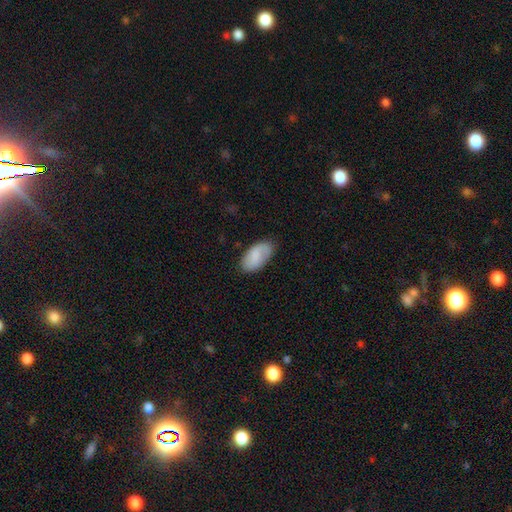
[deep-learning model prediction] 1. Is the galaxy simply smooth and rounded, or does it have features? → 77% smooth, 17% featured or disk, 6% star or artifact.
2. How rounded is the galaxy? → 95% in between, 3% round, 2% cigar-shaped.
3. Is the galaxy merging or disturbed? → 78% none, 17% minor disturbance, 4% major disturbance, 1% merger.